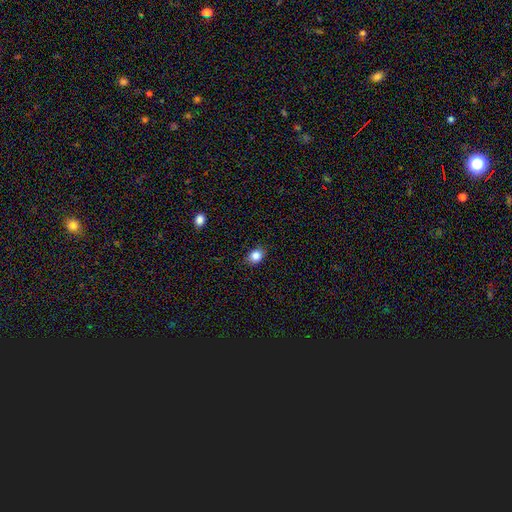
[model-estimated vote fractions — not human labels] This appears to be a smooth galaxy with no disk features (85%) that is in between round and cigar-shaped (56%). Merging: none (84%).